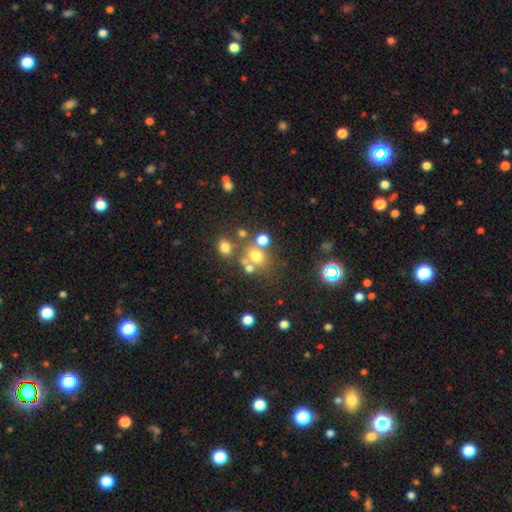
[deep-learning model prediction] This appears to be a smooth galaxy with no disk features (63%) that is round (70%). Merging: none (56%).